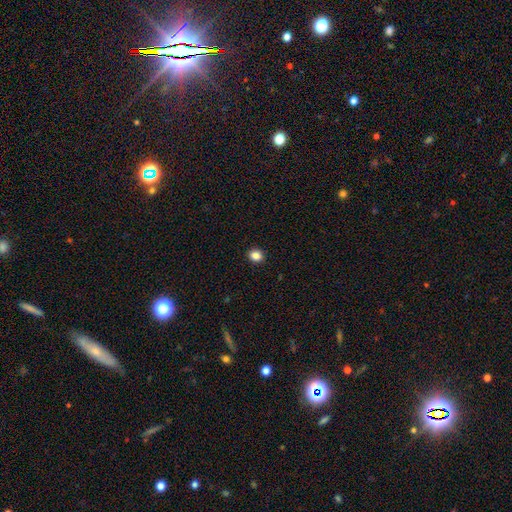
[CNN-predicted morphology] smooth 86%, star or artifact 11%, featured or disk 4%. Down the decision tree: how rounded — round (68%); merging — none (92%).